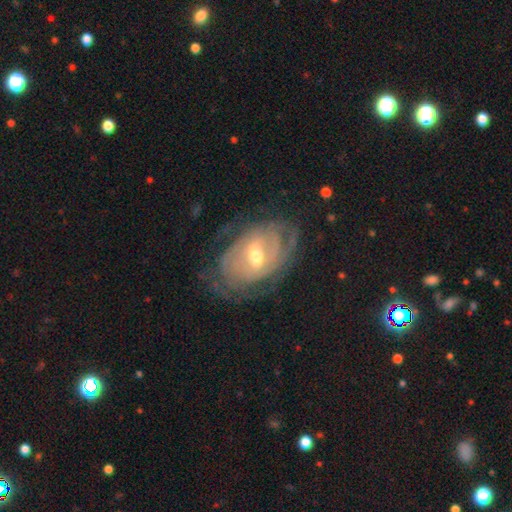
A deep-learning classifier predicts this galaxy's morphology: Smooth or featured: featured or disk — 82% (smooth — 12%)
Edge-on disk: no — 95% (yes — 5%)
Bar: weak — 49% (strong — 27%)
Spiral arms: yes — 86% (no — 14%)
Spiral winding: tight — 61% (medium — 29%)
Spiral arm count: can't tell — 43% (2 — 30%)
Bulge size: moderate — 61% (small — 34%)
Merging: none — 66% (minor disturbance — 20%)